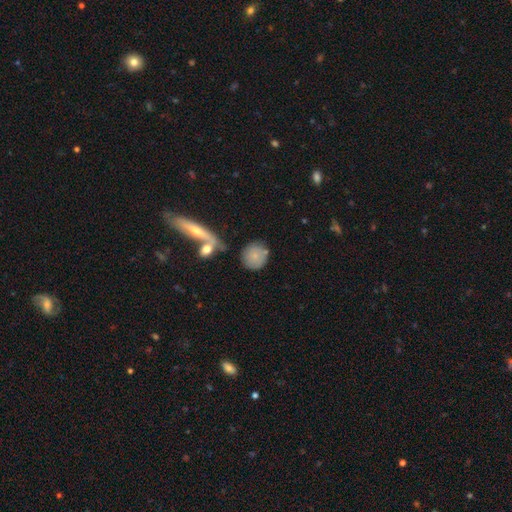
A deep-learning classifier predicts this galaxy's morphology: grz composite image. It shows a smooth galaxy with no disk features (75%) that is round (85%). Merging: none (64%).